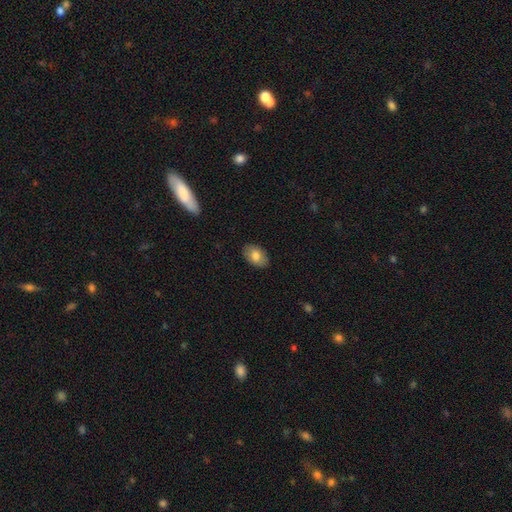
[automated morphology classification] smooth_or_featured: smooth (p=0.80) [alt: featured or disk p=0.13]
how_rounded: in between (p=0.89) [alt: round p=0.10]
merging: none (p=0.88) [alt: minor disturbance p=0.09]